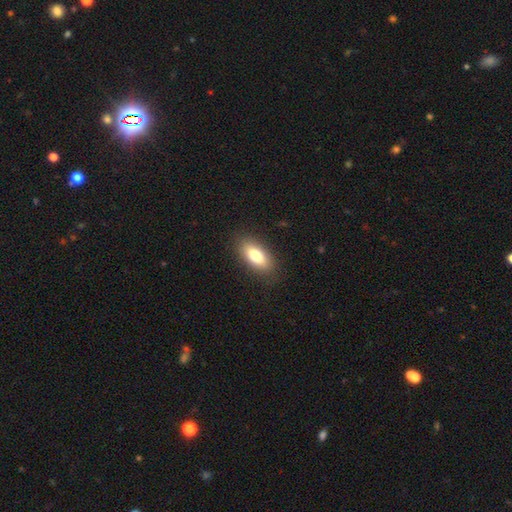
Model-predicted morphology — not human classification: Overall: smooth (80%). How rounded: in between (86%). Merging: none (87%).